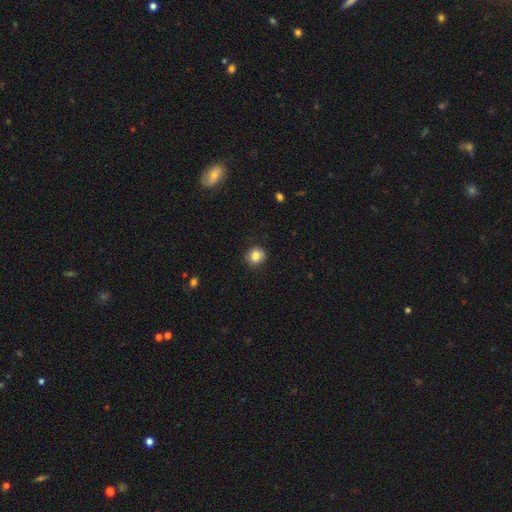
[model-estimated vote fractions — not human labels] A smooth galaxy with no disk features (84%) that is round (84%). Merging: none (87%).